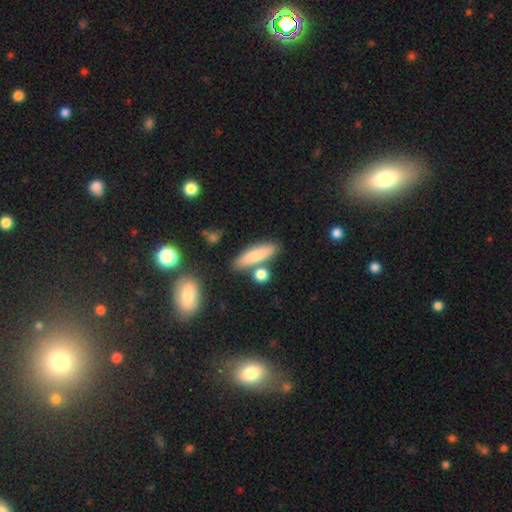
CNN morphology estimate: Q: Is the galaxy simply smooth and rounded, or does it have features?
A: smooth — 79%.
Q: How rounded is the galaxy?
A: cigar-shaped — 58%.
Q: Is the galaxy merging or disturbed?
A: none — 72%.